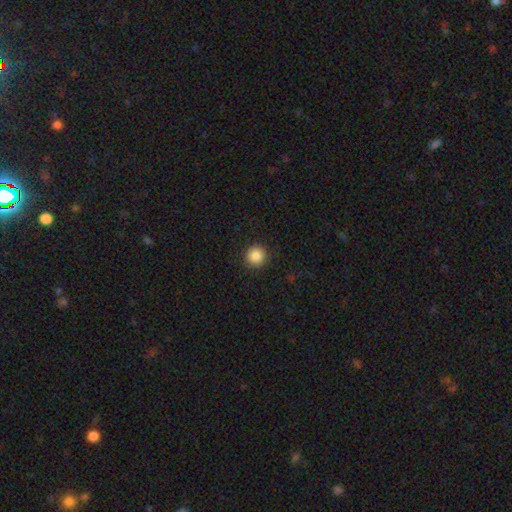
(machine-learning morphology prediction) A smooth galaxy with no disk features (87%) that is round (94%).

Vote fractions:
- Smooth or featured? smooth: 87% / star or artifact: 10% / featured or disk: 3%
- How rounded? round: 94% / in between: 5% / cigar-shaped: 1%
- Merging? none: 91% / minor disturbance: 6% / major disturbance: 2% / merger: 1%